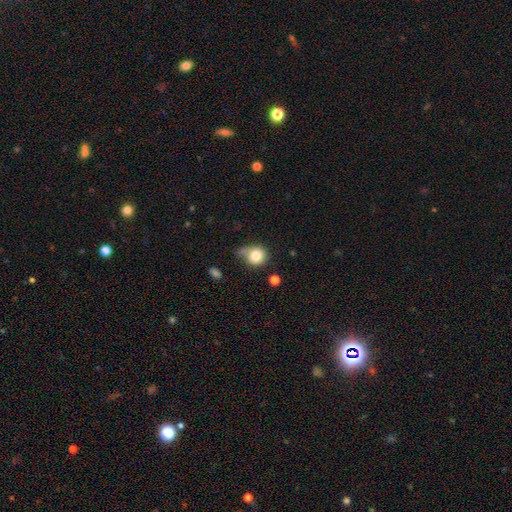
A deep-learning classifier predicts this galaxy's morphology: Overall: smooth (79%). How rounded: round (82%). Merging: none (47%; minor disturbance 28%).